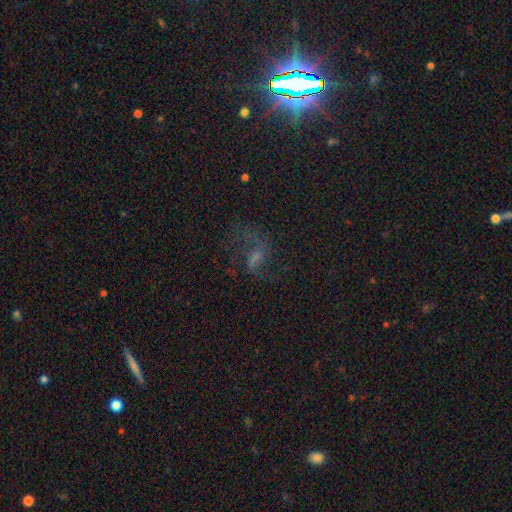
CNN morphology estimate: Smooth or featured?
  - featured or disk: 65% *
  - star or artifact: 19%
  - smooth: 15%
Edge-on disk?
  - no: 96% *
  - yes: 4%
Bar?
  - weak: 50% *
  - no: 27%
  - strong: 23%
Spiral arms?
  - yes: 87% *
  - no: 13%
Spiral winding?
  - loose: 72% *
  - medium: 23%
  - tight: 5%
Spiral arm count?
  - 2: 83% *
  - 1: 9%
  - can't tell: 5%
  - 3: 1%
  - 4: 1%
  - more than 4: 1%
Bulge size?
  - small: 38% *
  - none: 33%
  - moderate: 22%
  - large: 5%
  - dominant: 2%
Merging?
  - none: 57% *
  - major disturbance: 25%
  - minor disturbance: 15%
  - merger: 3%